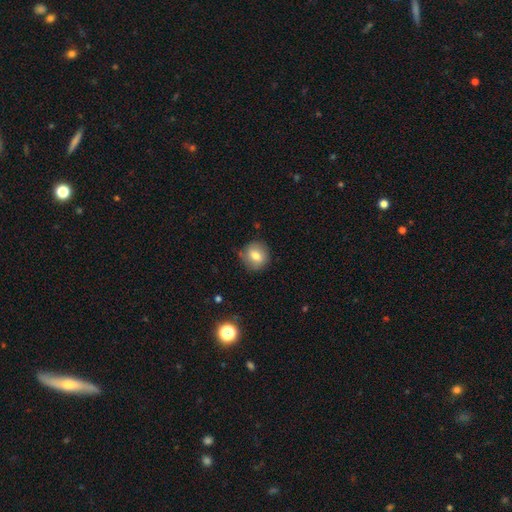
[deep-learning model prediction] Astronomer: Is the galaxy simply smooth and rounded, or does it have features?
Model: smooth — 74%.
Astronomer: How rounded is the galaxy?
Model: round — 86%.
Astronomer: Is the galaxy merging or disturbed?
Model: none — 79%.